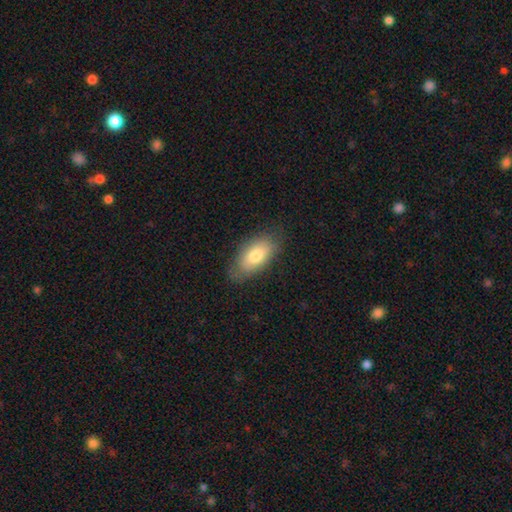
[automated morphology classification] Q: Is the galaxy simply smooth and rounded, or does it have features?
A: smooth — 75%.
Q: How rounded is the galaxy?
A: in between — 90%.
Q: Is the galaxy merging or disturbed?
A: none — 77%.